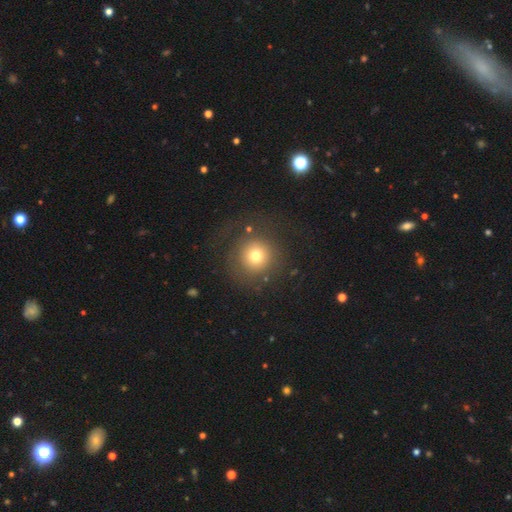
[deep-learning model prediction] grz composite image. It shows a smooth galaxy with no disk features (71%) that is round (93%). Merging: none (73%).